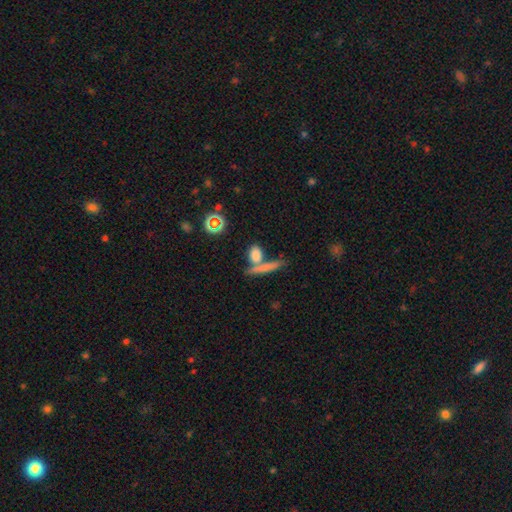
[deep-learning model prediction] Smooth or featured: smooth — 76% (featured or disk — 13%)
How rounded: in between — 46% (cigar-shaped — 31%)
Merging: none — 53% (merger — 33%)